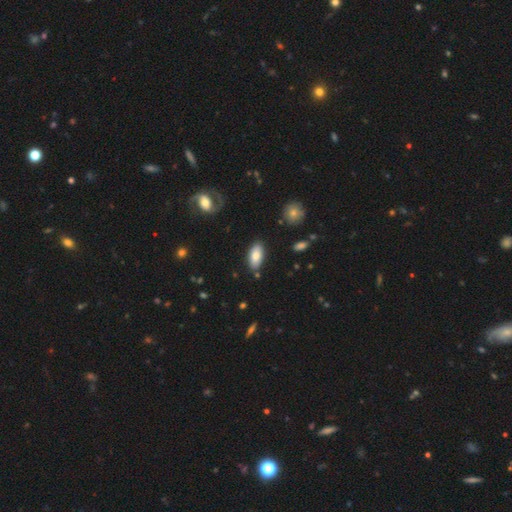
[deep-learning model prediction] Morphology: type=smooth (79%); roundness=in between (92%); merging=none (83%).